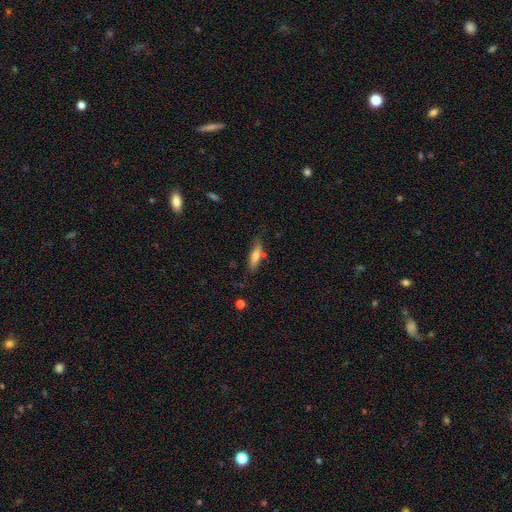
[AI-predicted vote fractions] The model was most divided on "how rounded": cigar-shaped: 67%, in between: 31%, round: 2%. More confident: merging — none (72%); smooth or featured — smooth (66%).